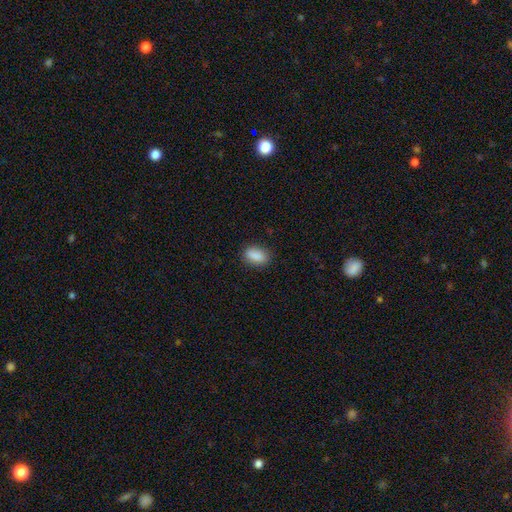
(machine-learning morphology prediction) type=smooth (88%); roundness=in between (87%); merging=none (85%).